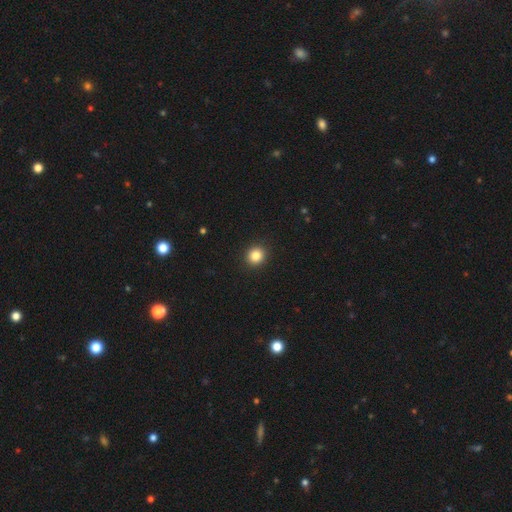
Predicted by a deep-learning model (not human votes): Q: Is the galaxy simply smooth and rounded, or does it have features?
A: smooth — 85%.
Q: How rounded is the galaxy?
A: round — 86%.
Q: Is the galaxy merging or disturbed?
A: none — 93%.